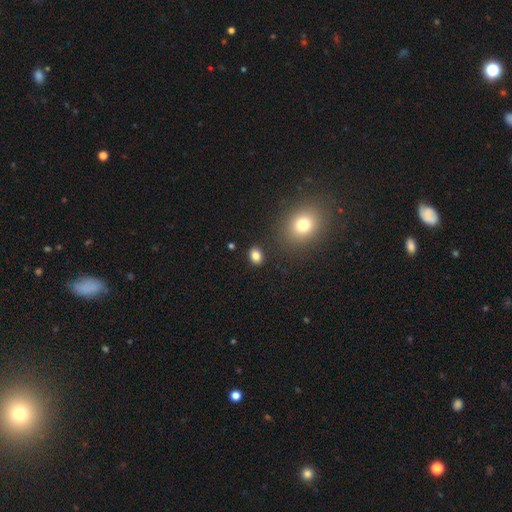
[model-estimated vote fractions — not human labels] Smooth or featured: smooth — 83% (star or artifact — 12%)
How rounded: in between — 62% (round — 37%)
Merging: none — 85% (minor disturbance — 9%)